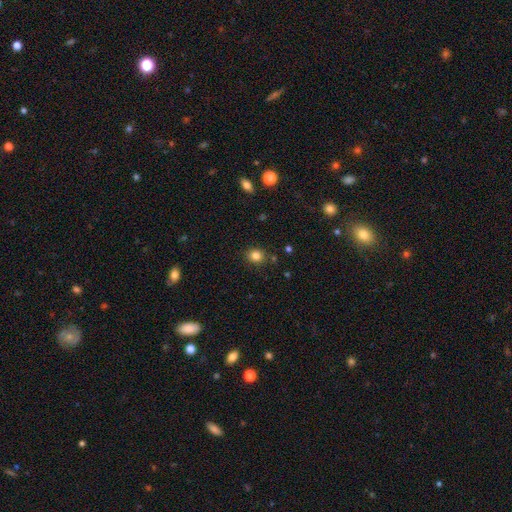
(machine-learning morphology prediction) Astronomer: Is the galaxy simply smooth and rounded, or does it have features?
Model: smooth — 82%.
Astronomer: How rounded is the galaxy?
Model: round — 76%.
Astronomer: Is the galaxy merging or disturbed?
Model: none — 85%.